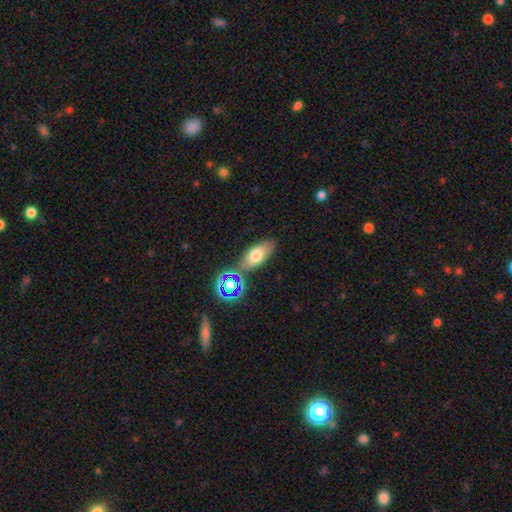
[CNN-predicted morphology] A smooth galaxy with no disk features (68%) that is in between round and cigar-shaped (82%).

Vote fractions:
- Smooth or featured? smooth: 68% / featured or disk: 18% / star or artifact: 14%
- How rounded? in between: 82% / cigar-shaped: 10% / round: 7%
- Merging? none: 65% / minor disturbance: 15% / merger: 15% / major disturbance: 5%